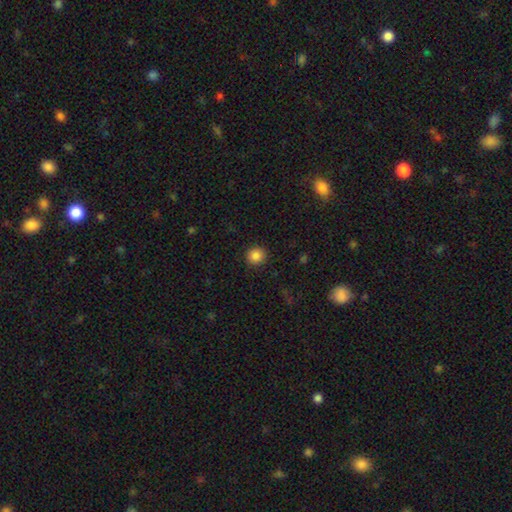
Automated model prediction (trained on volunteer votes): smooth 87%, star or artifact 10%, featured or disk 3%. Down the decision tree: how rounded — round (92%); merging — none (91%).